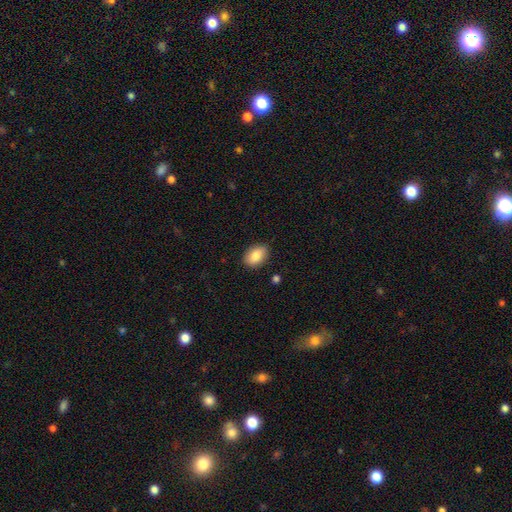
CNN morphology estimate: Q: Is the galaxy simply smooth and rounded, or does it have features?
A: smooth — 85%.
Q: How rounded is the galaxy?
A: in between — 85%.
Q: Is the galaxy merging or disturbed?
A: none — 86%.